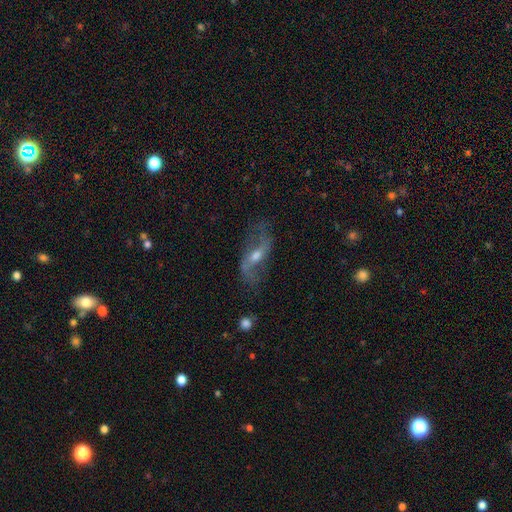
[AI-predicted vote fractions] A featured or disk galaxy (73%) with a weak bar (42%), 2 (87%) loose (63%) spiral arms (87%) and a moderate central bulge (58%). Merging: none (76%).